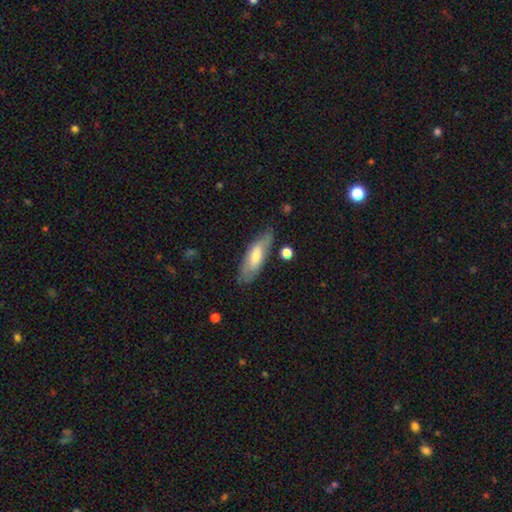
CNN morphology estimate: Smooth or featured: smooth — 62% (featured or disk — 32%)
How rounded: in between — 60% (cigar-shaped — 39%)
Merging: none — 72% (minor disturbance — 20%)